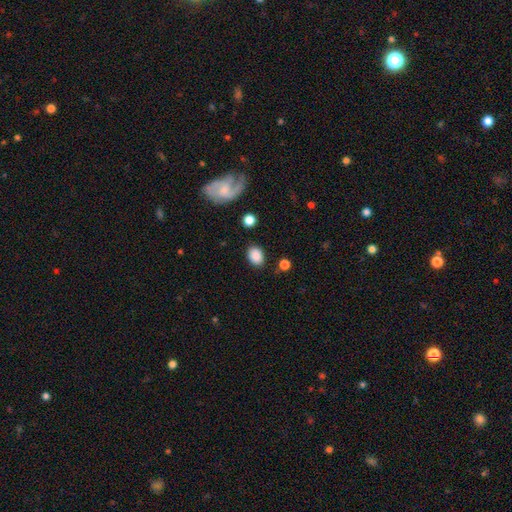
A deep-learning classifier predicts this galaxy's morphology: This is clearly a smooth galaxy (85%). How rounded: likely in between (66%). Merging: clearly none (82%).